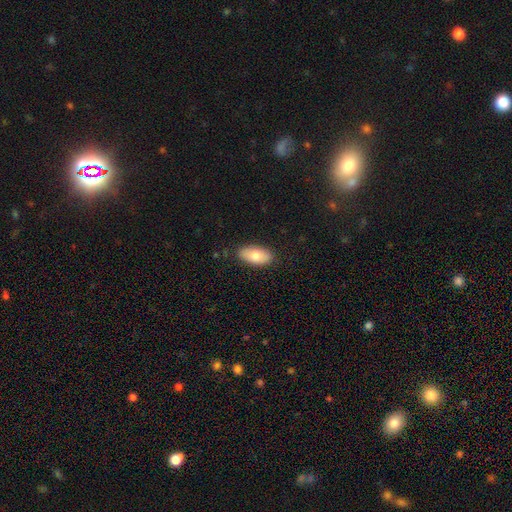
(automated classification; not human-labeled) Smooth or featured? Predicted: smooth (p=0.77). How rounded? Predicted: in between (p=0.92). Merging? Predicted: none (p=0.87).